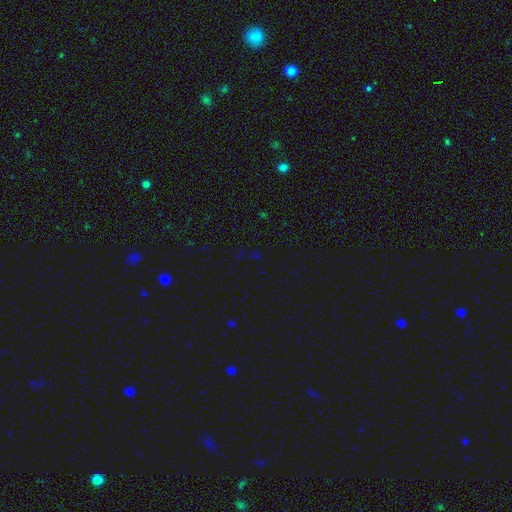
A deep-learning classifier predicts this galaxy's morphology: Smooth or featured? Predicted: star or artifact (p=0.71).